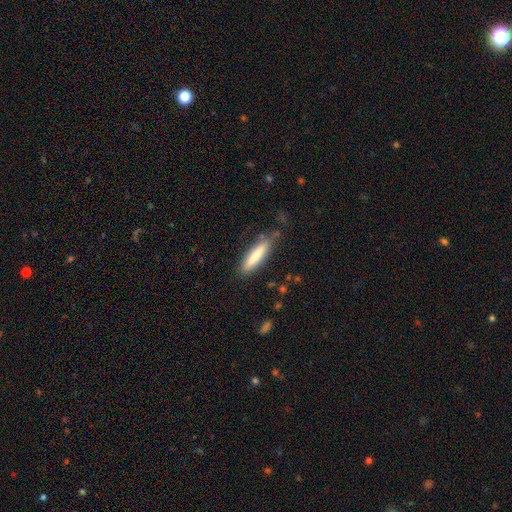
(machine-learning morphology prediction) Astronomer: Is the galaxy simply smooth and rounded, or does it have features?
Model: smooth — 79%.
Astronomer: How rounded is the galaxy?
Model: cigar-shaped — 77%.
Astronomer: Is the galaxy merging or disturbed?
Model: none — 75%.